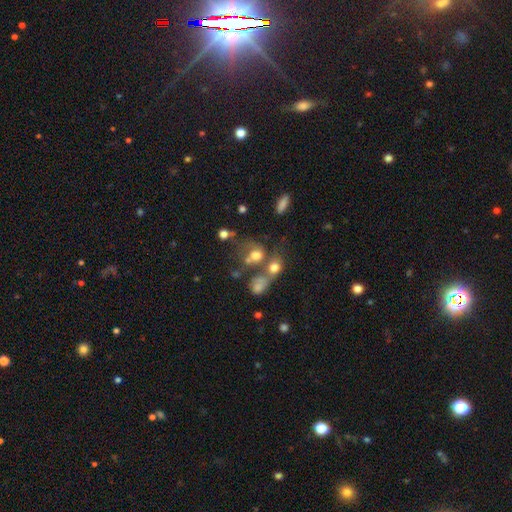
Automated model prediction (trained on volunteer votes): Smooth or featured?
  - smooth: 66% *
  - featured or disk: 19%
  - star or artifact: 15%
How rounded?
  - round: 64% *
  - in between: 34%
  - cigar-shaped: 2%
Merging?
  - merger: 46% *
  - none: 29%
  - major disturbance: 13%
  - minor disturbance: 12%